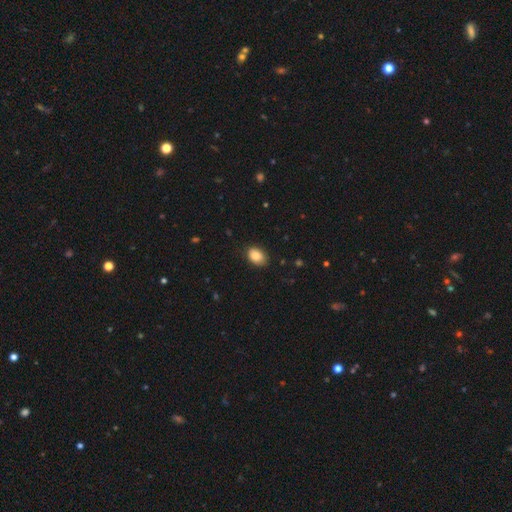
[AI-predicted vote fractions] This appears to be a smooth galaxy with no disk features (87%) that is in between round and cigar-shaped (79%). Merging: none (83%).